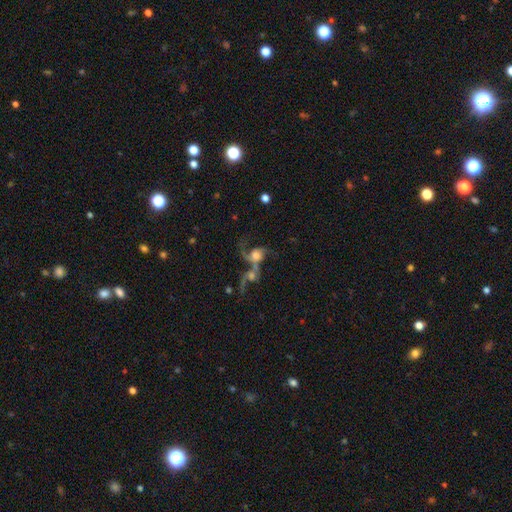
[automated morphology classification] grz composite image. It shows a featured or disk galaxy (61%) with no bar (71%), spiral arms (82%) and a moderate central bulge (35%). Merging: merger (63%).